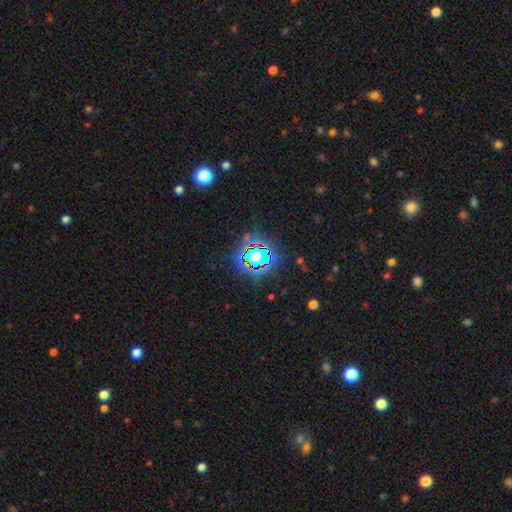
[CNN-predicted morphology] Overall: star or artifact (69%).